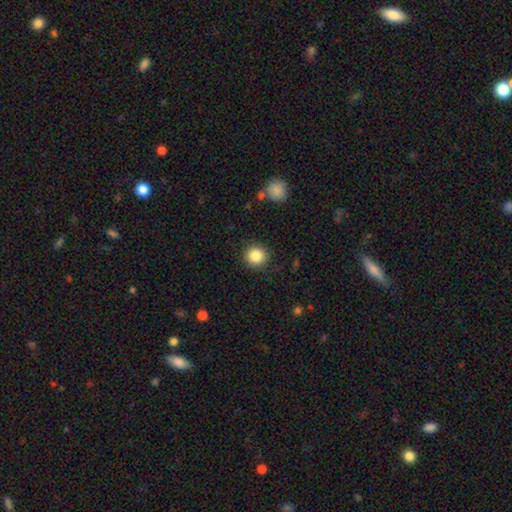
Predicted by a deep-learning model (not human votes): Morphology: type=smooth (86%); roundness=round (93%); merging=none (90%).